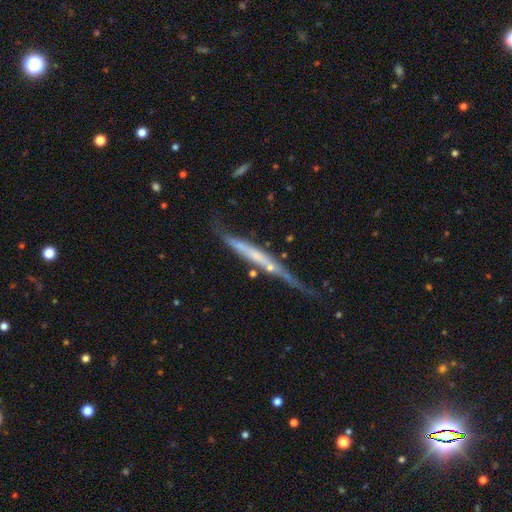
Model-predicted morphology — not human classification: A featured or disk galaxy (65%) viewed edge-on (89%) with no central bulge (72%).

Vote fractions:
- Smooth or featured? featured or disk: 65% / smooth: 28% / star or artifact: 7%
- Edge-on disk? yes: 89% / no: 11%
- Edge-on bulge? none: 72% / rounded: 16% / boxy: 12%
- Merging? none: 48% / minor disturbance: 30% / major disturbance: 13% / merger: 9%